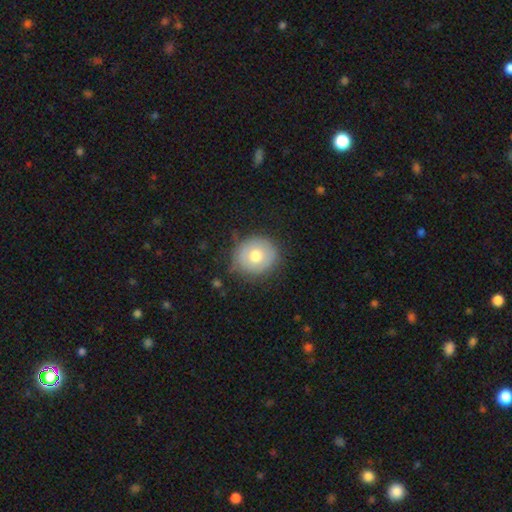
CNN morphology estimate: type=smooth (66%); roundness=round (84%); merging=none (80%).